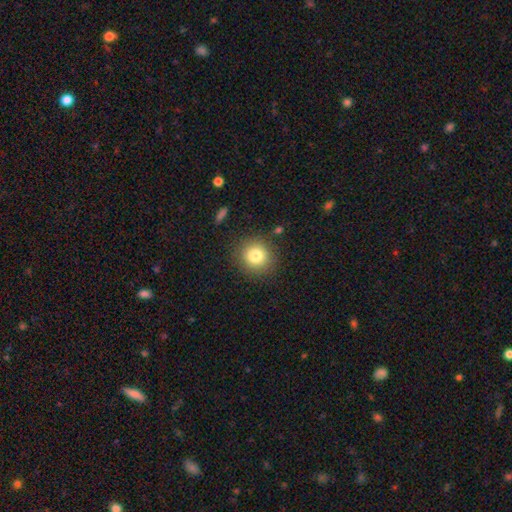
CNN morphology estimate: type=smooth (80%); roundness=round (92%); merging=none (87%).